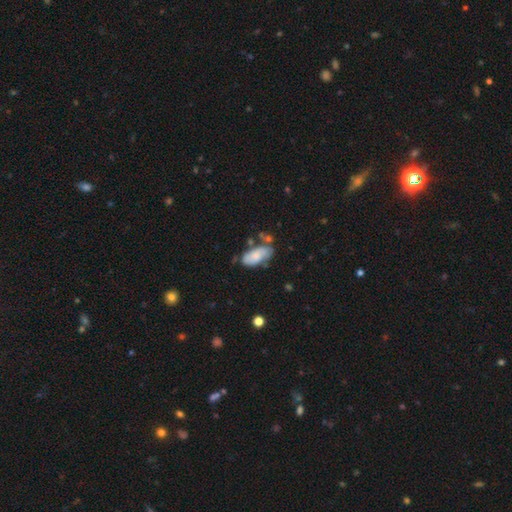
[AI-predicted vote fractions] Smooth or featured? Predicted: smooth (p=0.72). How rounded? Predicted: in between (p=0.90). Merging? Predicted: none (p=0.51).